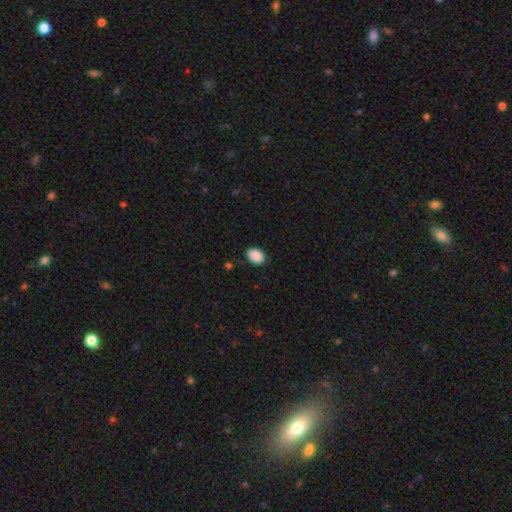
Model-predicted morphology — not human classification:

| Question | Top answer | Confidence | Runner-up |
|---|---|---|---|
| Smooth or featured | smooth | 90% | star or artifact (7%) |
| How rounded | in between | 84% | round (15%) |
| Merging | none | 87% | minor disturbance (10%) |